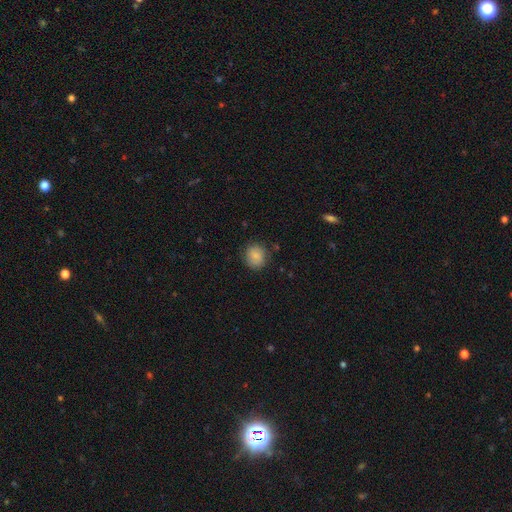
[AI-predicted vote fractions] Smooth or featured? smooth (82%)
How rounded? round (78%)
Merging? none (82%)